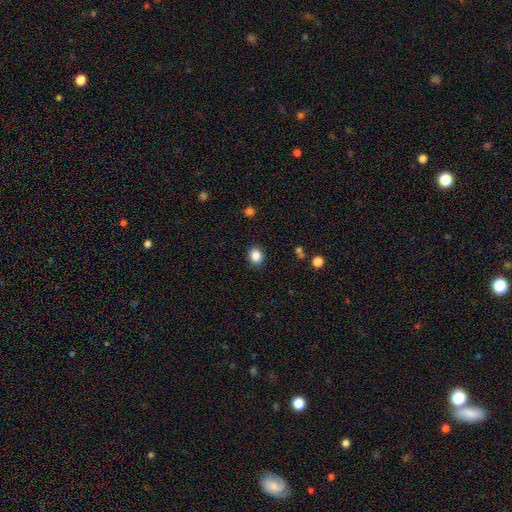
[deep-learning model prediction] Smooth or featured? smooth (87%)
How rounded? round (55%)
Merging? none (89%)